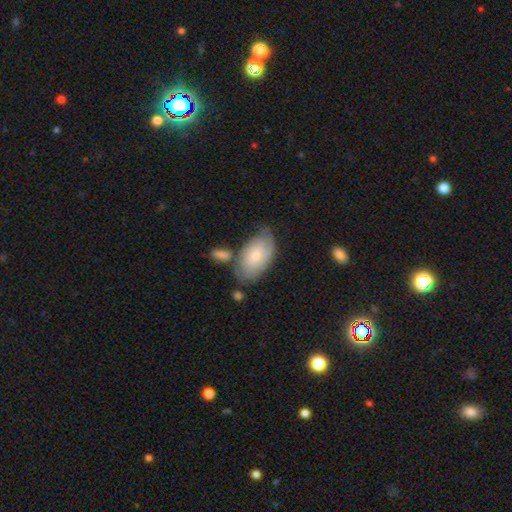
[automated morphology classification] smooth_or_featured: smooth (p=0.61) [alt: featured or disk p=0.33]
how_rounded: in between (p=0.93) [alt: round p=0.06]
merging: none (p=0.54) [alt: minor disturbance p=0.25]